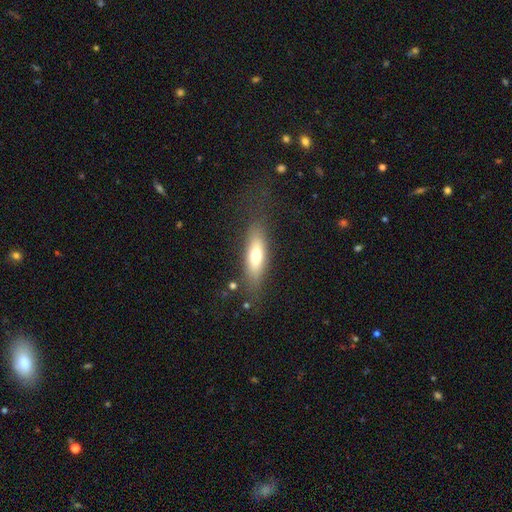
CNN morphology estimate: smooth-or-featured: smooth: 65% | featured or disk: 28% | star or artifact: 7%
  how-rounded: cigar-shaped: 50% | in between: 48% | round: 3%
  merging: none: 74% | minor disturbance: 16% | major disturbance: 8% | merger: 2%